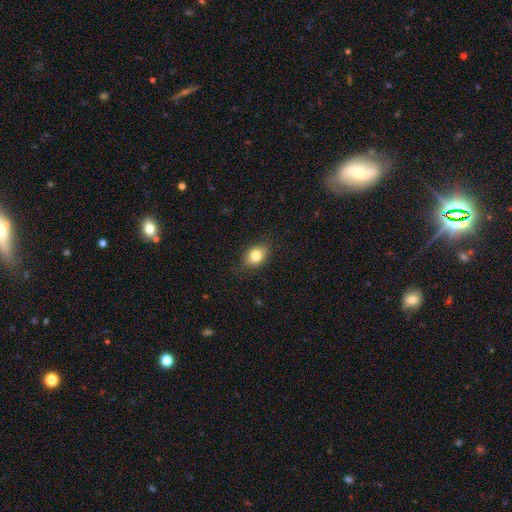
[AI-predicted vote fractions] A smooth galaxy with no disk features (81%) that is in between round and cigar-shaped (68%). Merging: none (82%).